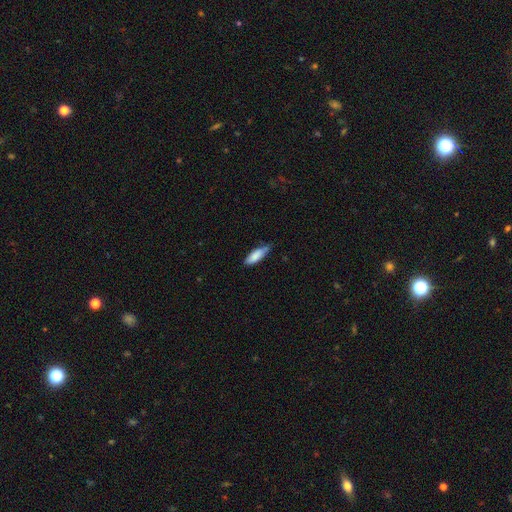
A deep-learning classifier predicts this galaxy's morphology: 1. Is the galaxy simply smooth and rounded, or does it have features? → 83% smooth, 11% featured or disk, 6% star or artifact.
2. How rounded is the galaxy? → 59% in between, 40% cigar-shaped, 2% round.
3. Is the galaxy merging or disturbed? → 60% none, 33% minor disturbance, 5% major disturbance, 2% merger.